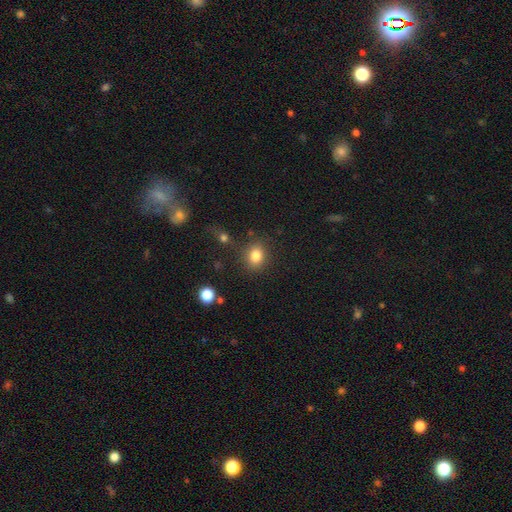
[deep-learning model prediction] Smooth or featured: smooth — 82% (star or artifact — 11%)
How rounded: round — 53% (in between — 46%)
Merging: none — 80% (minor disturbance — 11%)